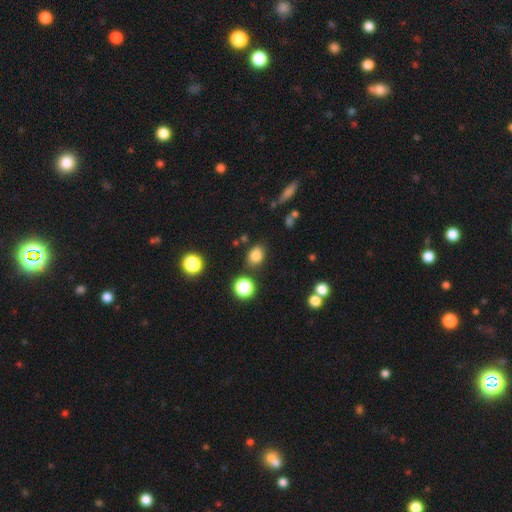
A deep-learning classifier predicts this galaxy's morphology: type=smooth (81%); roundness=in between (58%); merging=none (80%).